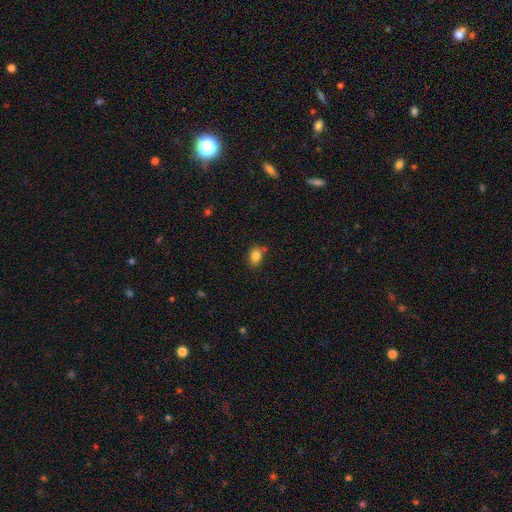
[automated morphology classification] Smooth or featured? smooth (83%)
How rounded? in between (66%)
Merging? none (73%)